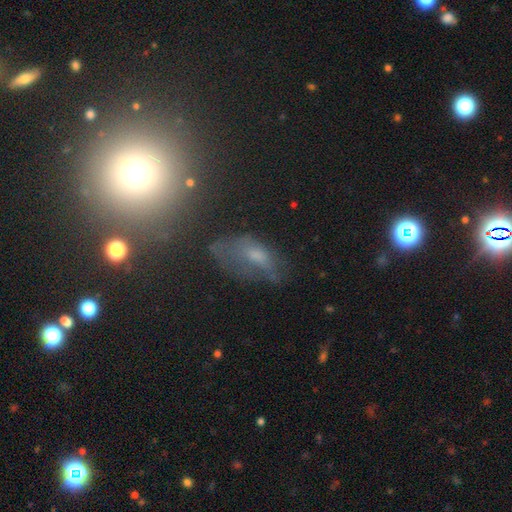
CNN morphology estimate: smooth_or_featured: smooth (p=0.46) [alt: featured or disk p=0.33]
merging: none (p=0.36) [alt: major disturbance p=0.31]